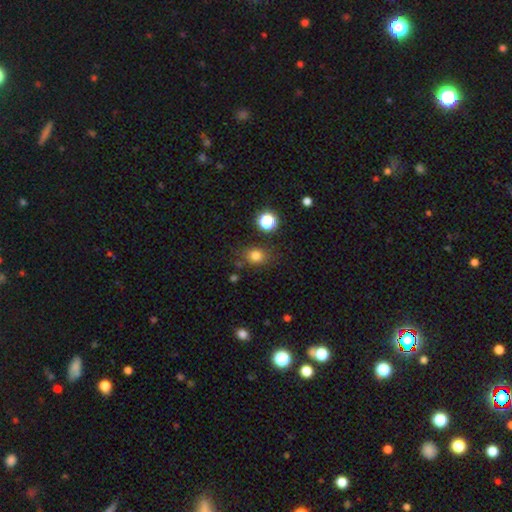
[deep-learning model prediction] Smooth or featured?
  - smooth: 78% *
  - star or artifact: 15%
  - featured or disk: 7%
How rounded?
  - round: 56% *
  - in between: 43%
  - cigar-shaped: 1%
Merging?
  - none: 75% *
  - minor disturbance: 15%
  - major disturbance: 5%
  - merger: 5%